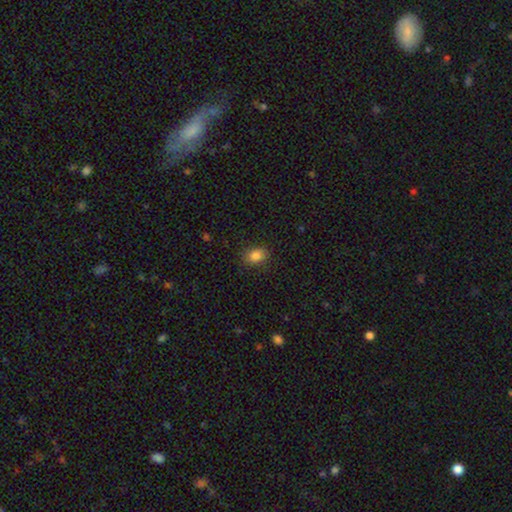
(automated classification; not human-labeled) The model was most divided on "how rounded": in between: 72%, round: 27%, cigar-shaped: 1%. More confident: merging — none (85%); smooth or featured — smooth (85%).